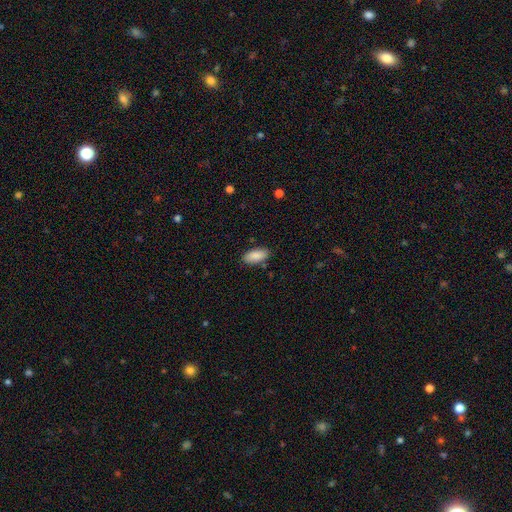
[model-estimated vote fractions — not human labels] This appears to be a smooth galaxy with no disk features (88%) that is in between round and cigar-shaped (91%). Merging: none (85%).